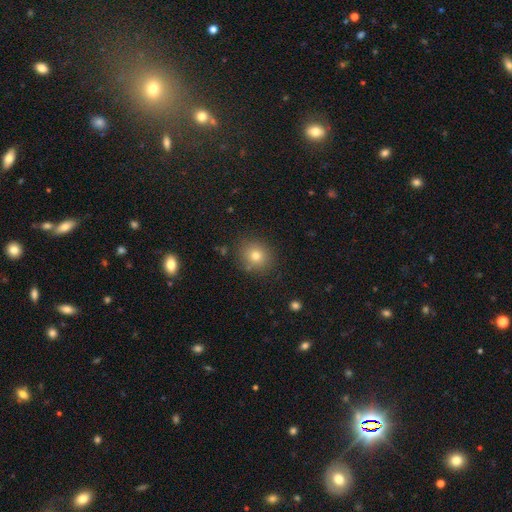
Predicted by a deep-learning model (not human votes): A smooth galaxy with no disk features (77%) that is round (79%).

Vote fractions:
- Smooth or featured? smooth: 77% / star or artifact: 14% / featured or disk: 9%
- How rounded? round: 79% / in between: 20% / cigar-shaped: 1%
- Merging? none: 86% / minor disturbance: 9% / major disturbance: 3% / merger: 2%